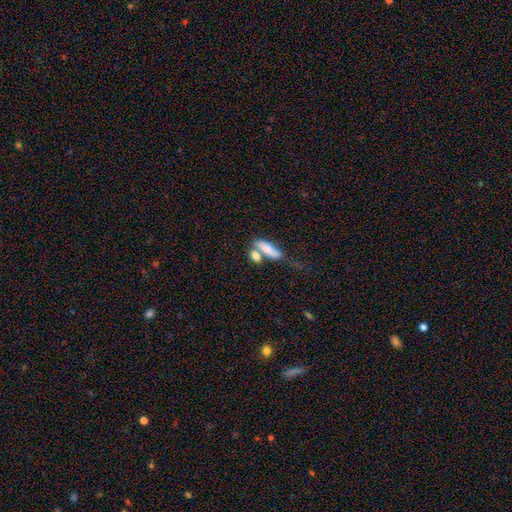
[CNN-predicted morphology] This appears to be a smooth galaxy with no disk features (75%) that is in between round and cigar-shaped (68%). Merging: merger (46%).